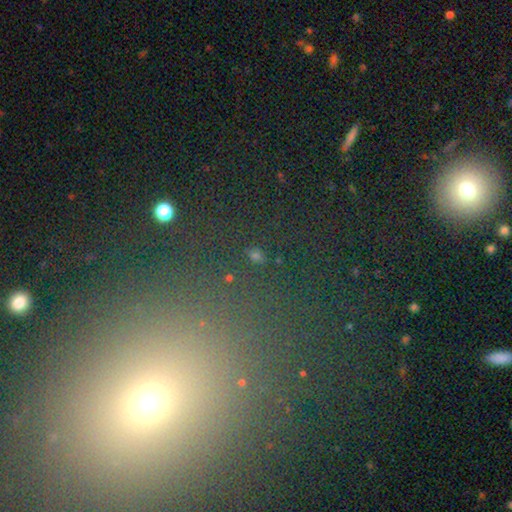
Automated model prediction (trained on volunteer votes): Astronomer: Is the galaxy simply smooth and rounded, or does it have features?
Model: star or artifact — 56% (runner-up: smooth, 32%).